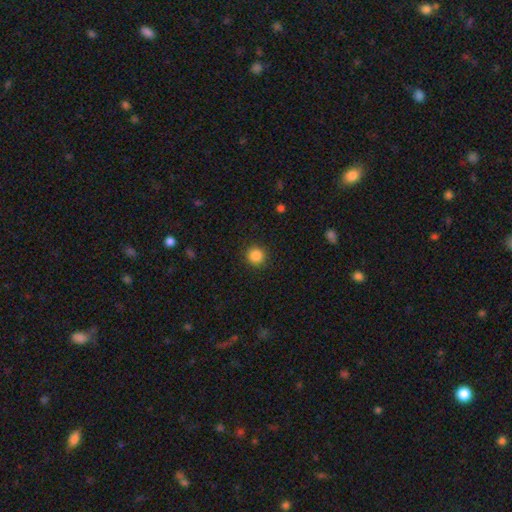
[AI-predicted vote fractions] Overall: smooth (87%). How rounded: round (94%). Merging: none (91%).